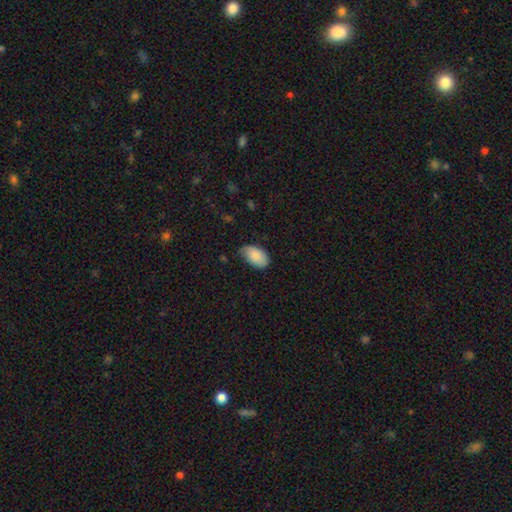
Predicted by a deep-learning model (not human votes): A smooth galaxy with no disk features (86%) that is in between round and cigar-shaped (94%). Merging: none (60%).